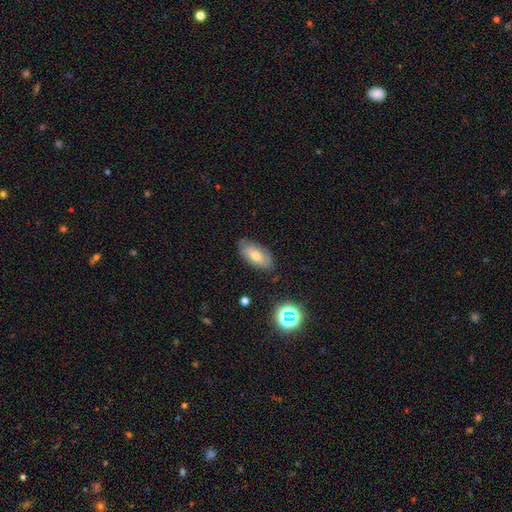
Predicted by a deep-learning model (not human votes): This is likely a smooth galaxy (63%). How rounded: clearly in between (90%). Merging: clearly none (82%).